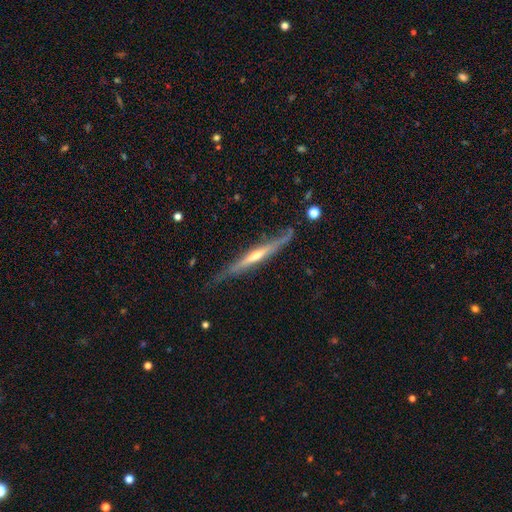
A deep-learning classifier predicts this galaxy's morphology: This is likely a featured or disk galaxy (76%). It is clearly viewed edge-on (92%). Edge-on bulge: likely rounded (68%). Merging: likely none (68%).